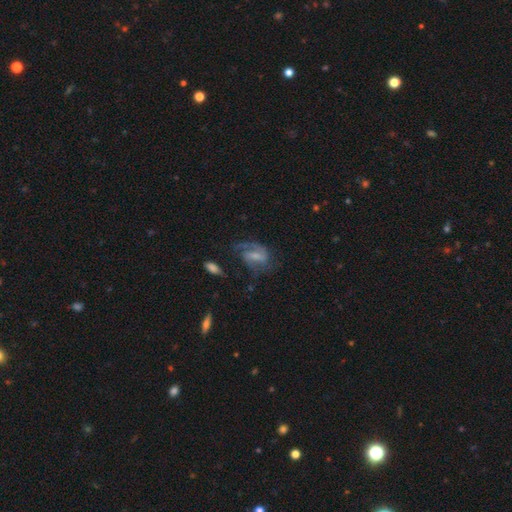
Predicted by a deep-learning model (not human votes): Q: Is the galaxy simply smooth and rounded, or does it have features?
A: featured or disk — 69%.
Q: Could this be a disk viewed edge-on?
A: no — 96%.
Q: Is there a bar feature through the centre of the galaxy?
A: weak — 47%.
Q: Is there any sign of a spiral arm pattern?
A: yes — 88%.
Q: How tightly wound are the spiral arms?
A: medium — 47%.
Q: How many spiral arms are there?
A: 2 — 47%.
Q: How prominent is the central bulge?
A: small — 35%.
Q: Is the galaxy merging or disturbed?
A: none — 48%.